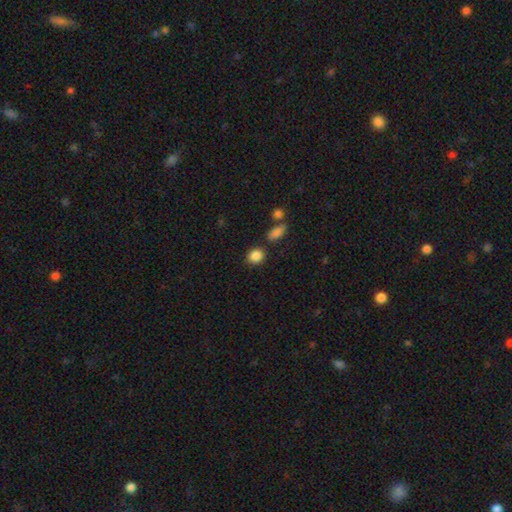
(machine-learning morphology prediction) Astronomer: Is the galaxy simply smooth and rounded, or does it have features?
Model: smooth — 86%.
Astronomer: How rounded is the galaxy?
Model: round — 67%.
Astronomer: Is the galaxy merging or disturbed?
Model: none — 80%.